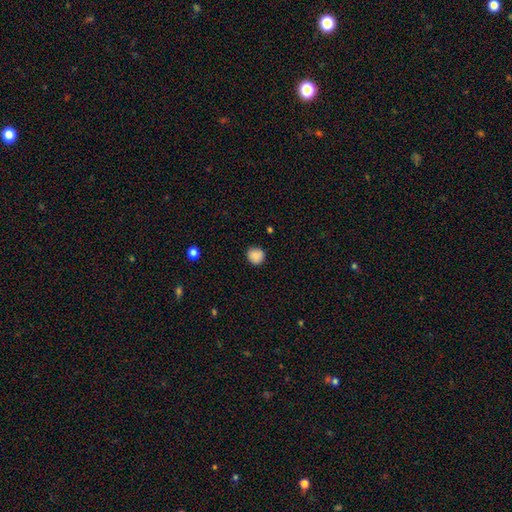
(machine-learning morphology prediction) smooth 87%, star or artifact 9%, featured or disk 4%. Down the decision tree: how rounded — round (90%); merging — none (87%).